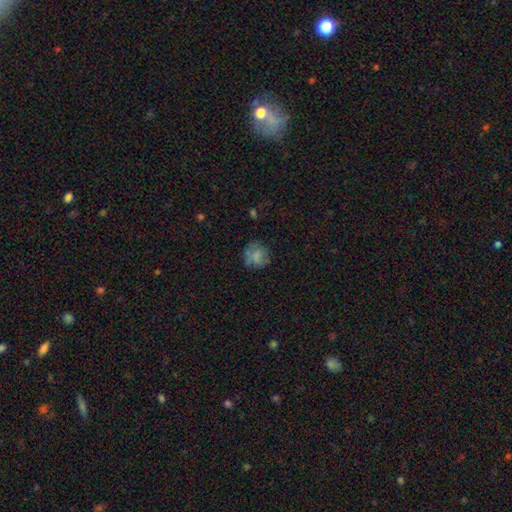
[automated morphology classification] Smooth or featured? Predicted: smooth (p=0.66). How rounded? Predicted: round (p=0.79). Merging? Predicted: none (p=0.65).